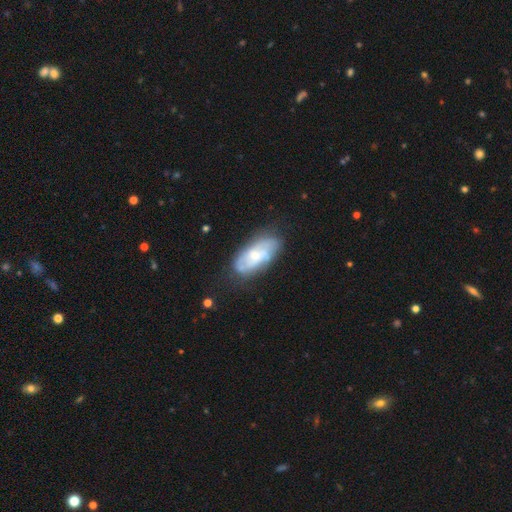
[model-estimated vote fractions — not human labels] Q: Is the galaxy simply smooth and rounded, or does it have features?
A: featured or disk — 57%.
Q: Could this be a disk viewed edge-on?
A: no — 91%.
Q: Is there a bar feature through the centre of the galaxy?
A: no — 65%.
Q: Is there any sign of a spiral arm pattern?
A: yes — 71%.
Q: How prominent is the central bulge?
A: small — 52%.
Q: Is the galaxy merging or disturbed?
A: none — 66%.